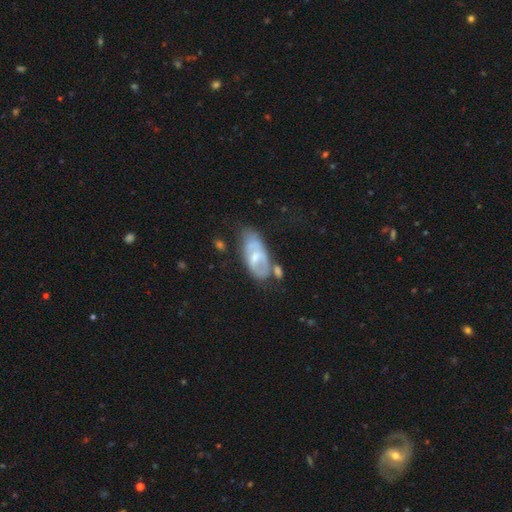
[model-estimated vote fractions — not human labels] This is possibly a featured or disk galaxy (56%). It is clearly not viewed edge-on (90%). Bar: possibly no (48%). Spiral arm pattern: possibly no (56%). Central bulge: possibly moderate (49%). Merging: marginally none (38%).